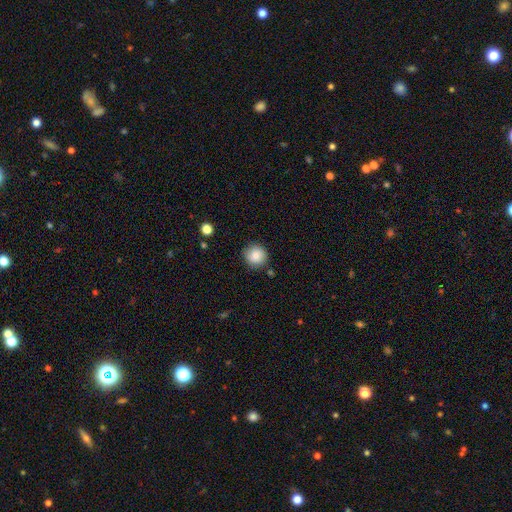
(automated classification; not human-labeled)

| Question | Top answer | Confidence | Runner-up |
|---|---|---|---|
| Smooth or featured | smooth | 86% | star or artifact (8%) |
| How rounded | round | 93% | in between (6%) |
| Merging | none | 86% | minor disturbance (9%) |